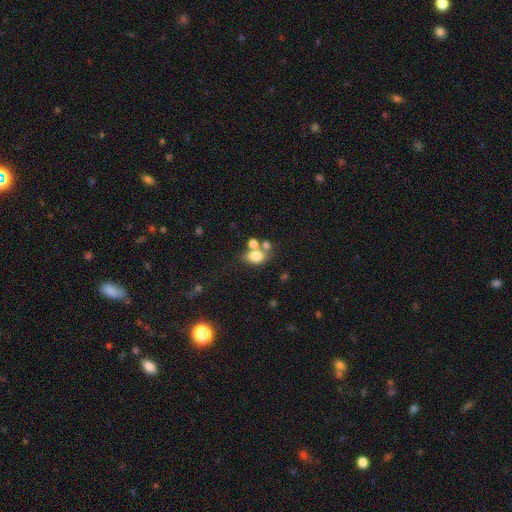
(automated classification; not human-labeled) smooth_or_featured: smooth (p=0.75) [alt: featured or disk p=0.13]
how_rounded: in between (p=0.74) [alt: round p=0.24]
merging: none (p=0.41) [alt: merger p=0.39]